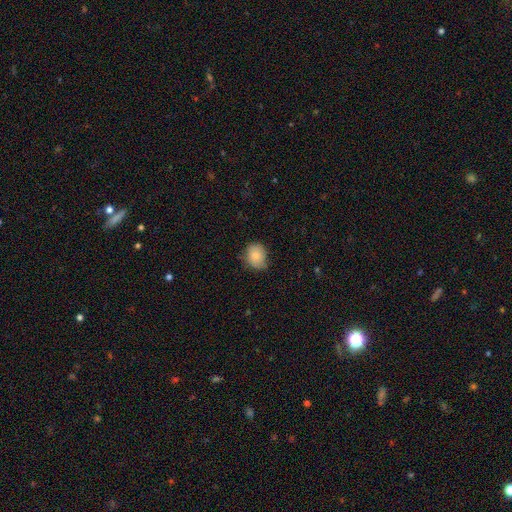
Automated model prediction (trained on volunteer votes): Morphology: type=smooth (80%); roundness=round (60%); merging=none (64%).